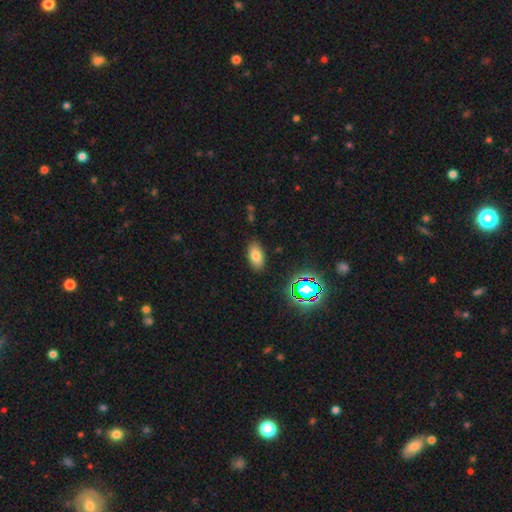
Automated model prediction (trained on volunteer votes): Smooth or featured? Predicted: smooth (p=0.75). How rounded? Predicted: in between (p=0.91). Merging? Predicted: none (p=0.86).